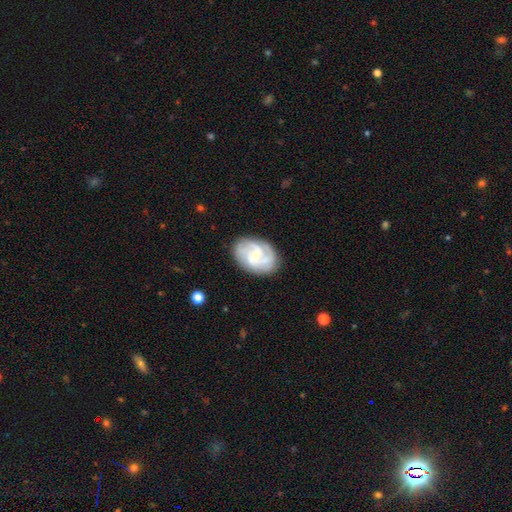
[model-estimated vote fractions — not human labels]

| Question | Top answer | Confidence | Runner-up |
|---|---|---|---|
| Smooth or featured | featured or disk | 77% | smooth (18%) |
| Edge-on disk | no | 98% | yes (2%) |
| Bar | weak | 46% | no (45%) |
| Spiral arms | yes | 93% | no (7%) |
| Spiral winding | medium | 47% | tight (34%) |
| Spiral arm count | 2 | 36% | 3 (28%) |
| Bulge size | small | 63% | moderate (30%) |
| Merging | none | 78% | minor disturbance (15%) |